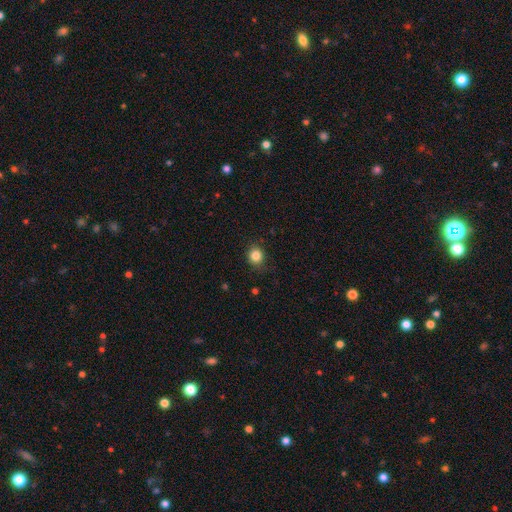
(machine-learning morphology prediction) Q: Smooth or featured?
A: smooth (84%); runner-up: star or artifact (12%)
Q: How rounded?
A: round (81%); runner-up: in between (18%)
Q: Merging?
A: none (85%); runner-up: minor disturbance (11%)